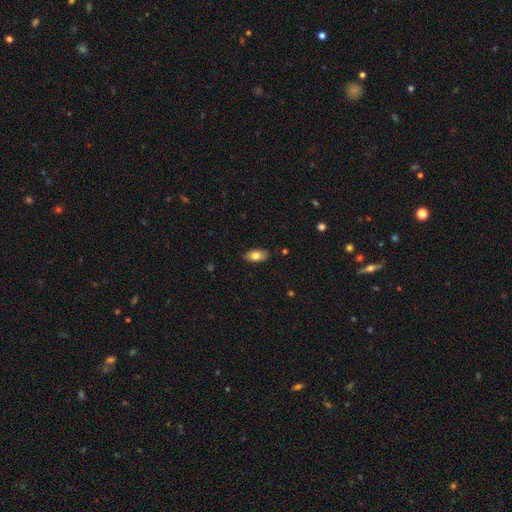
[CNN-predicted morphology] type=smooth (77%); roundness=in between (91%); merging=none (86%).